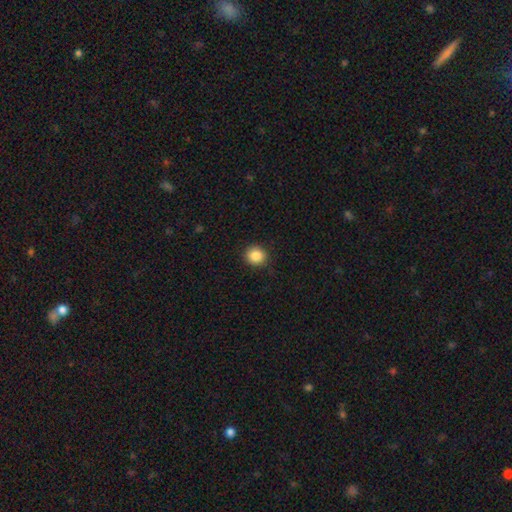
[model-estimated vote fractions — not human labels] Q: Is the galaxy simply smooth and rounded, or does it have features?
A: smooth — 87%.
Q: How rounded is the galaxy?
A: round — 89%.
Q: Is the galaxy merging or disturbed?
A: none — 90%.